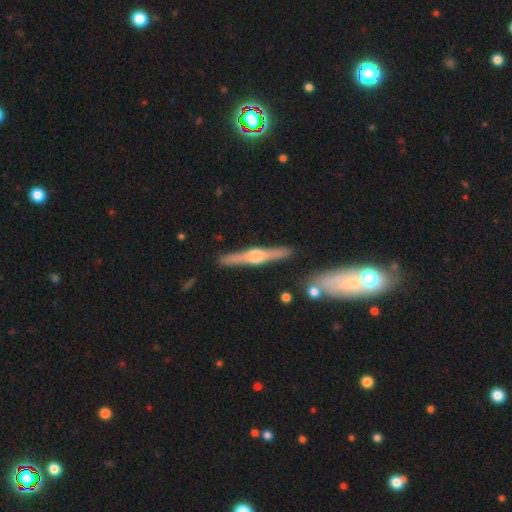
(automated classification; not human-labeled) A featured or disk galaxy (80%) viewed edge-on (98%) with a rounded central bulge (93%). Merging: none (89%).